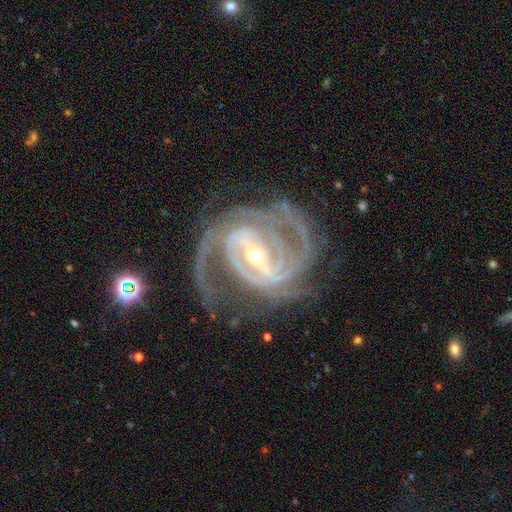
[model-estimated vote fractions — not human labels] This is clearly a featured or disk galaxy (92%). It is clearly not viewed edge-on (97%). Bar: likely strong (65%). Spiral arm pattern: clearly yes (98%). Spiral arm count: marginally 2 (32%). Spiral winding: possibly tight (50%). Central bulge: likely small (68%). Merging: likely none (65%).